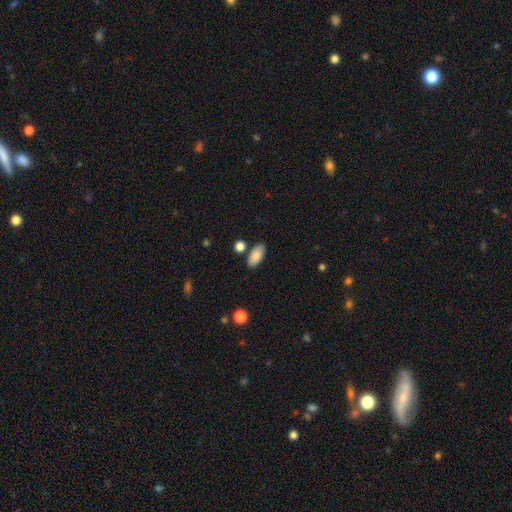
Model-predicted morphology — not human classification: Smooth or featured?
  - smooth: 87% *
  - star or artifact: 7%
  - featured or disk: 6%
How rounded?
  - in between: 92% *
  - cigar-shaped: 6%
  - round: 3%
Merging?
  - none: 80% *
  - minor disturbance: 11%
  - merger: 6%
  - major disturbance: 3%